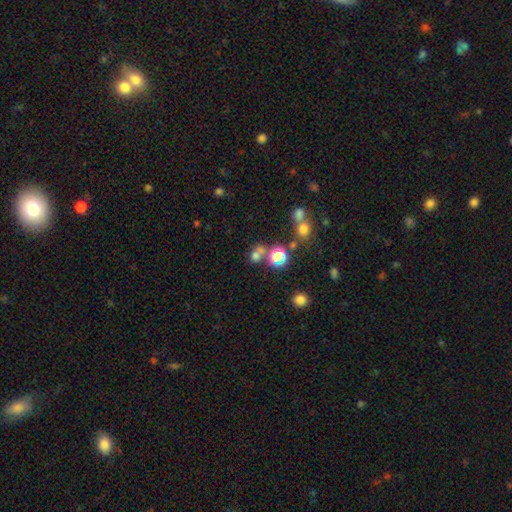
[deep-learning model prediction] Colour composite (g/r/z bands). It shows a smooth galaxy with no disk features (62%) that is round (65%). Merging: none (50%).